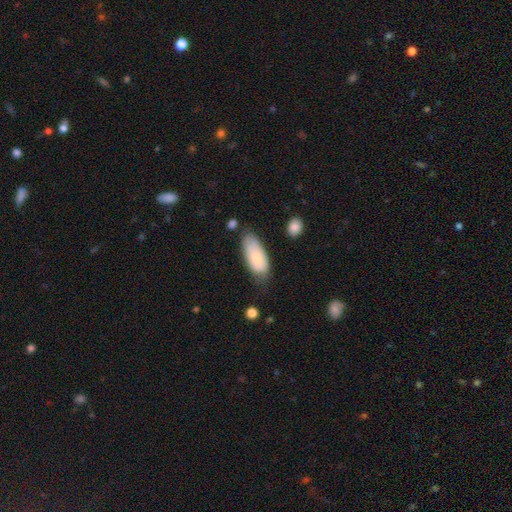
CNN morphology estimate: A smooth galaxy with no disk features (78%) that is in between round and cigar-shaped (88%). Merging: none (55%).